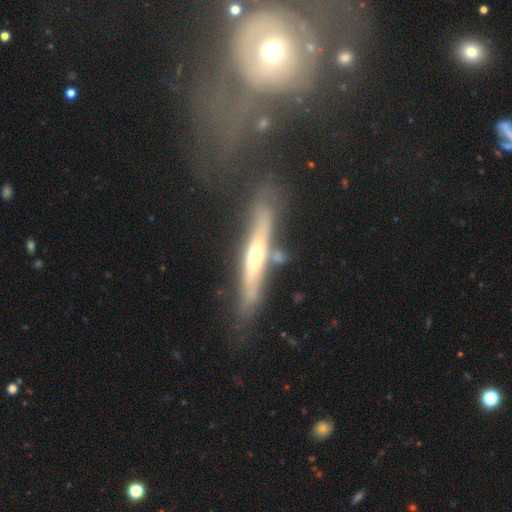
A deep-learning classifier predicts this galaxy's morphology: Overall: featured or disk (68%). Edge-on disk: yes (81%). Edge-on bulge: rounded (78%). Merging: none (61%).